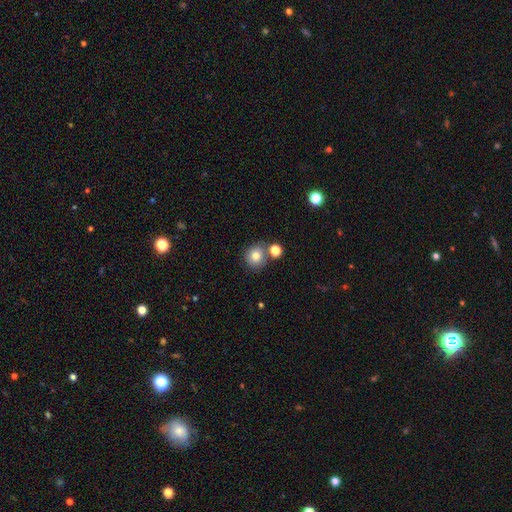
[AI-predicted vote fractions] Overall: smooth (80%). How rounded: round (88%). Merging: none (70%).